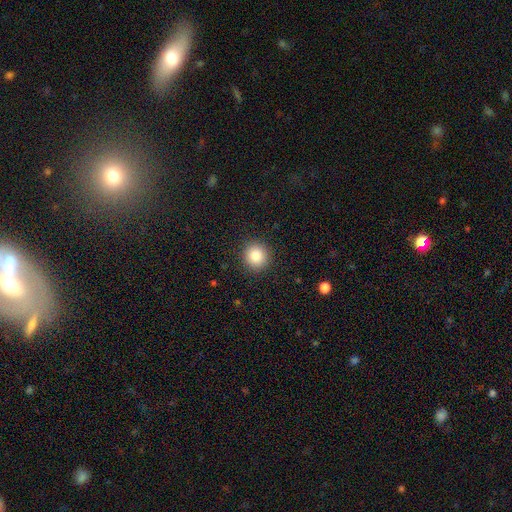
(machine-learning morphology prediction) Smooth or featured? Predicted: smooth (p=0.85). How rounded? Predicted: round (p=0.90). Merging? Predicted: none (p=0.91).